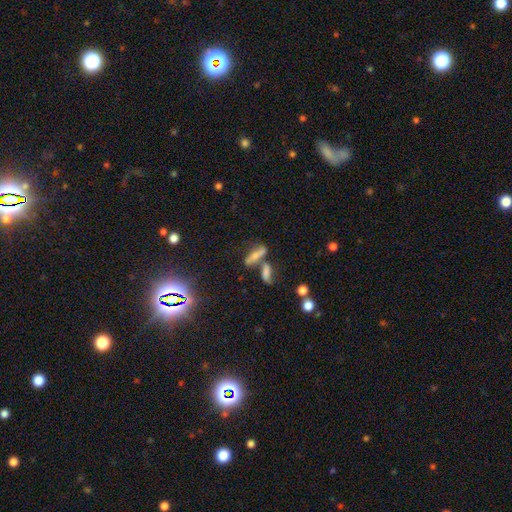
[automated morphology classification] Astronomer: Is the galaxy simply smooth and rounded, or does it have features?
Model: smooth — 55% (runner-up: featured or disk, 30%).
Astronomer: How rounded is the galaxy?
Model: cigar-shaped — 52% (runner-up: in between, 43%).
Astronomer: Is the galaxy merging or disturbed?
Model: merger — 40% (runner-up: none, 39%).